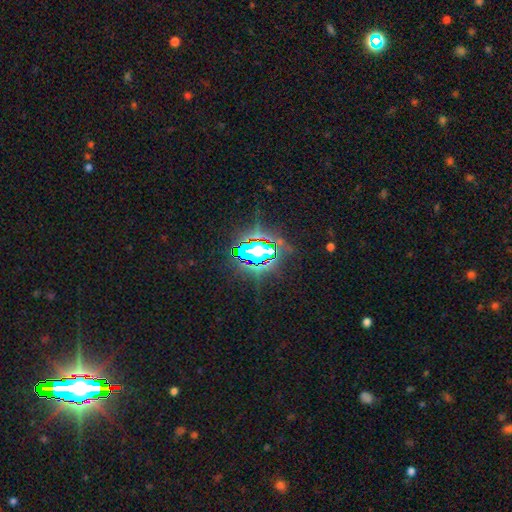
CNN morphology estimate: Smooth or featured? star or artifact (81%)